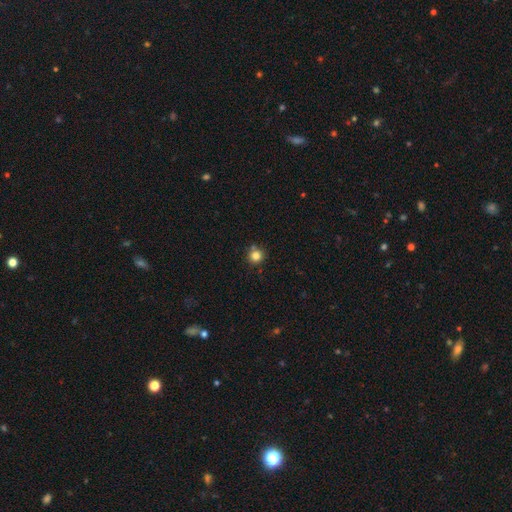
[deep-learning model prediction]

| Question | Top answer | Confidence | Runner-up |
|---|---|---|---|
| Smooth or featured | smooth | 82% | star or artifact (13%) |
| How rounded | round | 94% | in between (5%) |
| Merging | none | 81% | minor disturbance (9%) |